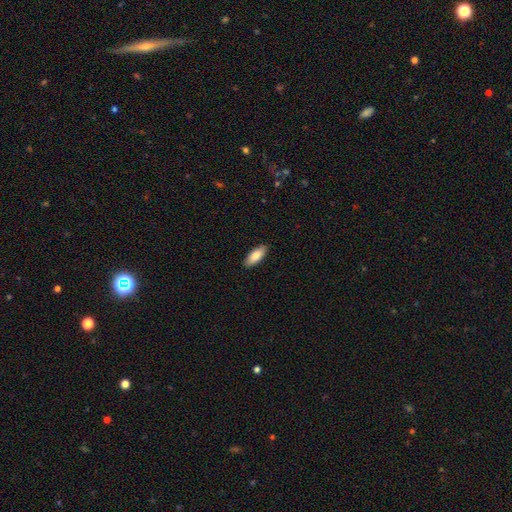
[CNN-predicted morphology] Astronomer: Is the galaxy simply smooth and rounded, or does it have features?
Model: smooth — 84%.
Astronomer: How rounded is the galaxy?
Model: in between — 80%.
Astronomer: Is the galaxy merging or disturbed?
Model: none — 89%.